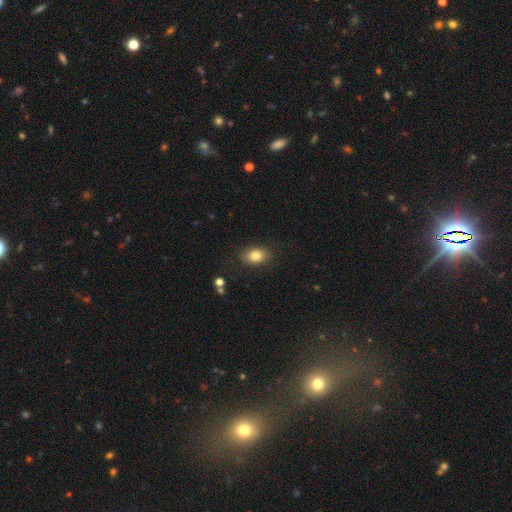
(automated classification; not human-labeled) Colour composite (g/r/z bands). It shows a smooth galaxy with no disk features (82%) that is in between round and cigar-shaped (79%). Merging: none (83%).